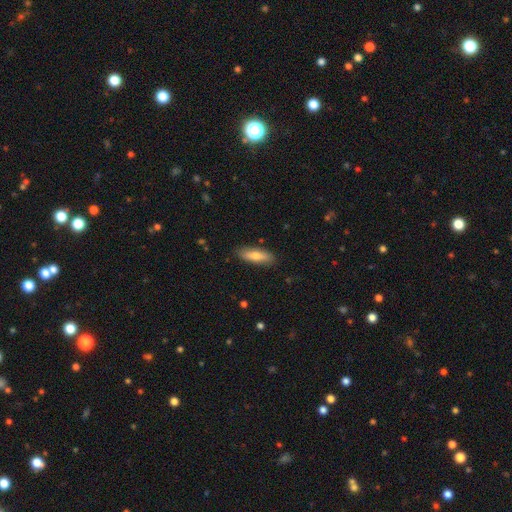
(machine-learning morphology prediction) Smooth or featured: smooth — 72% (featured or disk — 22%)
How rounded: in between — 51% (cigar-shaped — 47%)
Merging: none — 86% (minor disturbance — 11%)